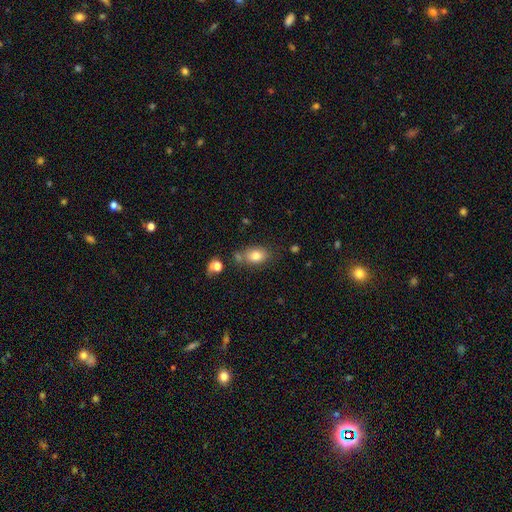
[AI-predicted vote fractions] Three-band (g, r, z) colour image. It shows a smooth galaxy with no disk features (80%) that is in between round and cigar-shaped (77%). Merging: none (64%).